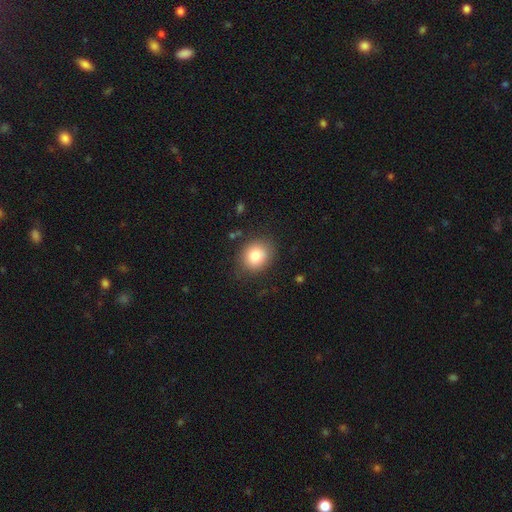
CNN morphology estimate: Smooth or featured? smooth (83%)
How rounded? round (63%)
Merging? none (84%)